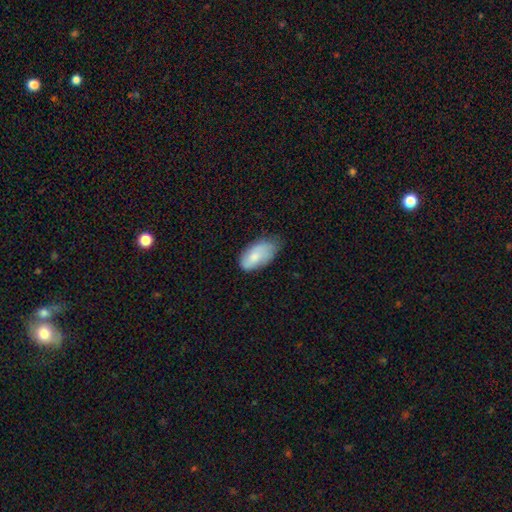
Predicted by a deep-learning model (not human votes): The model was most divided on "merging": none: 52%, minor disturbance: 39%, major disturbance: 8%, merger: 1%. More confident: how rounded — in between (94%); smooth or featured — smooth (74%).